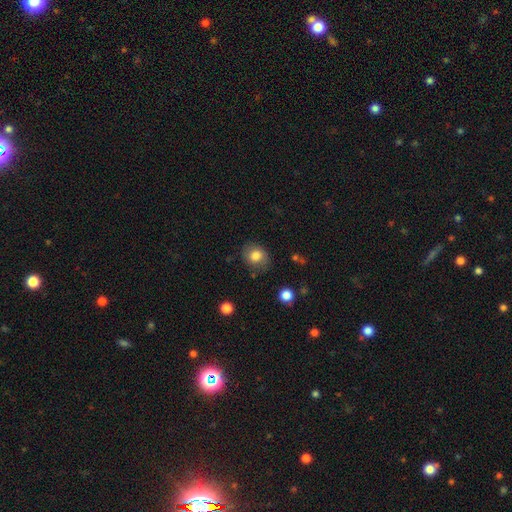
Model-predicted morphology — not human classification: This appears to be a smooth galaxy with no disk features (81%) that is round (60%). Merging: none (79%).